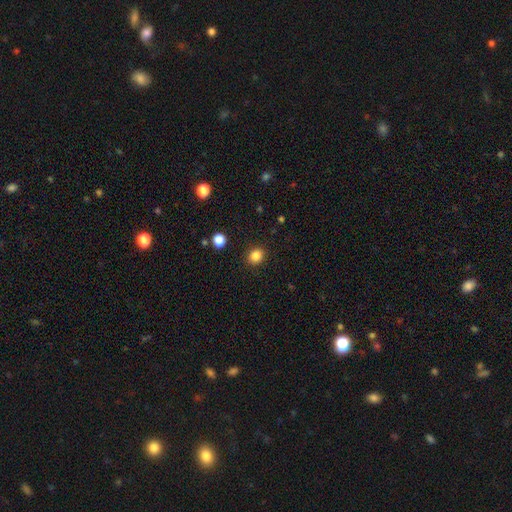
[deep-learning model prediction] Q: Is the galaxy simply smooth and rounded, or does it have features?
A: smooth — 85%.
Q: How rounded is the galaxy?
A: round — 76%.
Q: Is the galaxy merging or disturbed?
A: none — 90%.